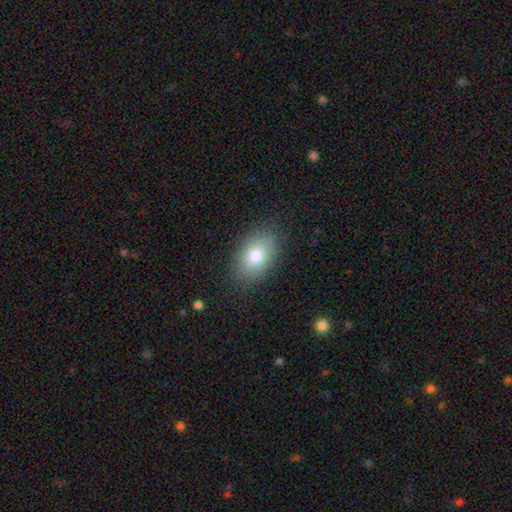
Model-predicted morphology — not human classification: The model was most divided on "smooth or featured": smooth: 79%, featured or disk: 12%, star or artifact: 9%. More confident: how rounded — in between (87%); merging — none (83%).